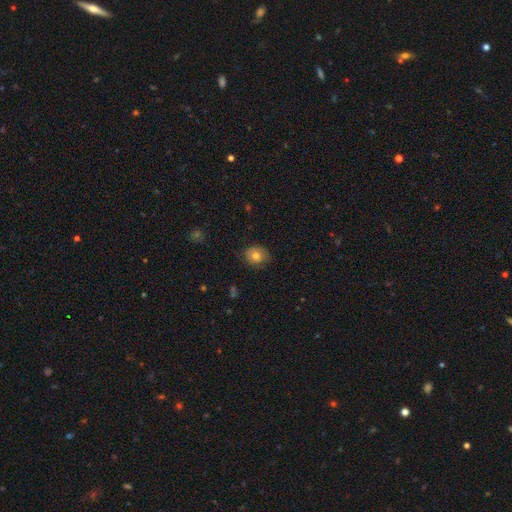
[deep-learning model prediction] Smooth or featured? smooth (74%)
How rounded? round (70%)
Merging? none (78%)